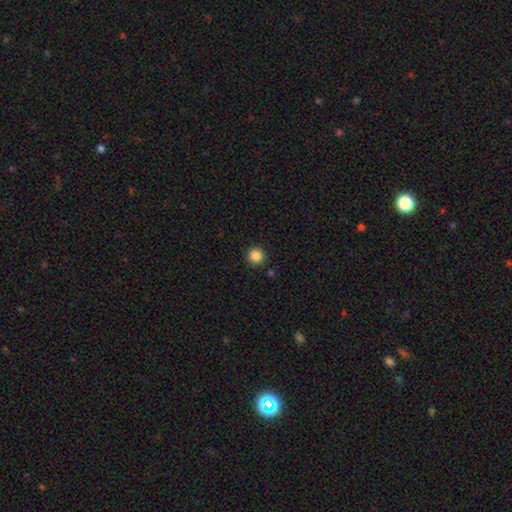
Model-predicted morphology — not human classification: Smooth or featured? smooth (87%)
How rounded? round (96%)
Merging? none (92%)